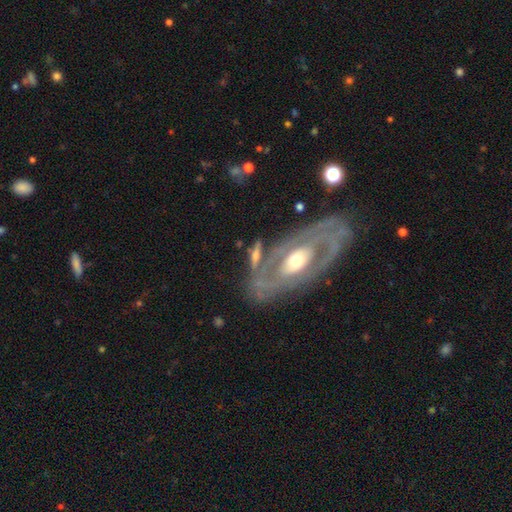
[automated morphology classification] Smooth or featured? featured or disk (59%)
Edge-on disk? no (59%)
Merging? none (56%)